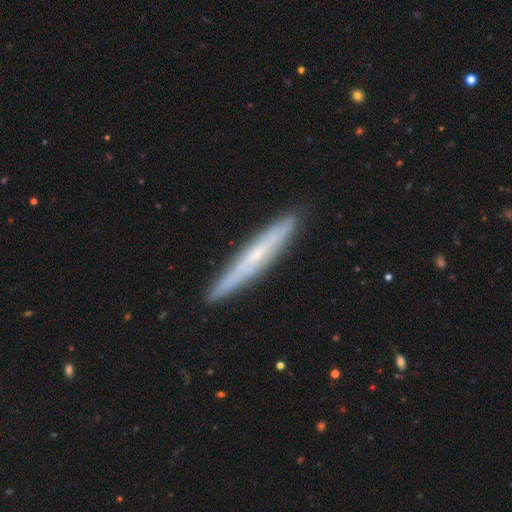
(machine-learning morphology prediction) Q: Smooth or featured?
A: featured or disk (60%); runner-up: smooth (33%)
Q: Edge-on disk?
A: yes (90%); runner-up: no (10%)
Q: Edge-on bulge?
A: none (57%); runner-up: rounded (39%)
Q: Merging?
A: none (88%); runner-up: minor disturbance (9%)